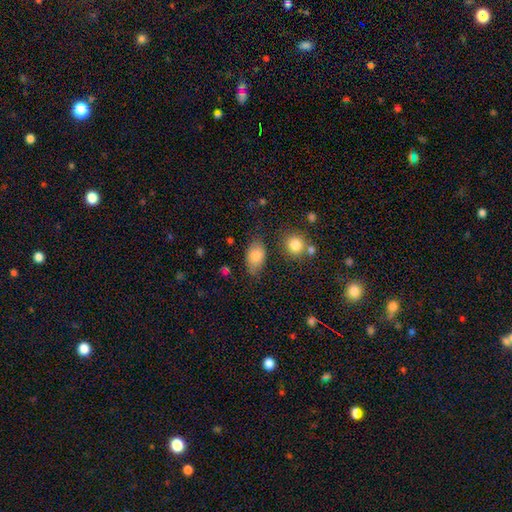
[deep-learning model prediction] smooth 81%, featured or disk 11%, star or artifact 8%. Down the decision tree: how rounded — in between (88%); merging — none (68%).